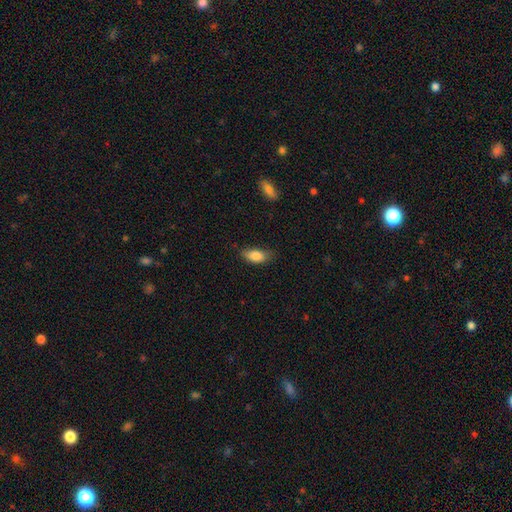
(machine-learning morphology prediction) Smooth or featured?
  - smooth: 85% *
  - featured or disk: 8%
  - star or artifact: 7%
How rounded?
  - in between: 87% *
  - cigar-shaped: 9%
  - round: 4%
Merging?
  - none: 65% *
  - minor disturbance: 28%
  - major disturbance: 6%
  - merger: 1%